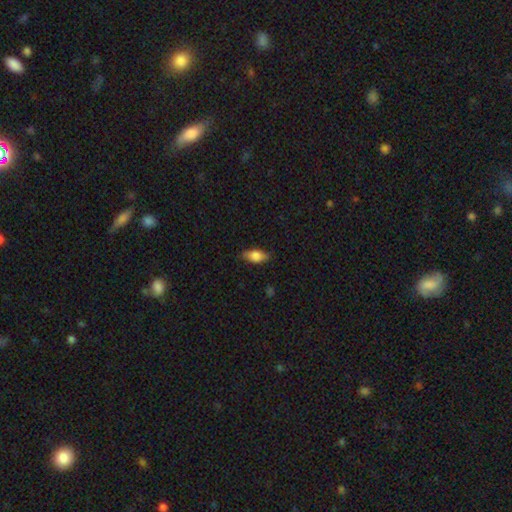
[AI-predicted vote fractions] smooth_or_featured: smooth (p=0.79) [alt: featured or disk p=0.14]
how_rounded: in between (p=0.85) [alt: cigar-shaped p=0.11]
merging: none (p=0.82) [alt: minor disturbance p=0.14]